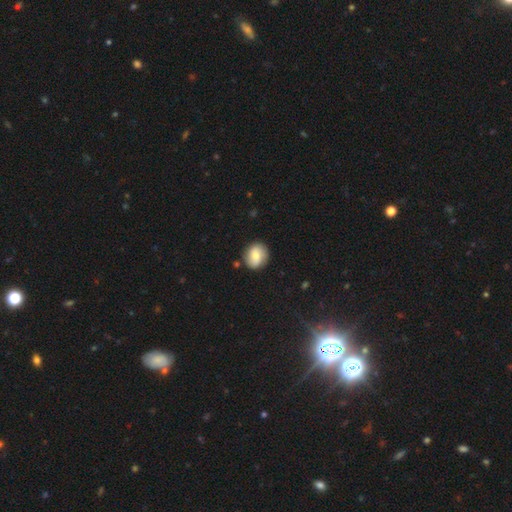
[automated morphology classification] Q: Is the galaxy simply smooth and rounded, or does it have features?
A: smooth — 63%.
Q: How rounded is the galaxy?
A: round — 72%.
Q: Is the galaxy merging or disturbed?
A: none — 82%.